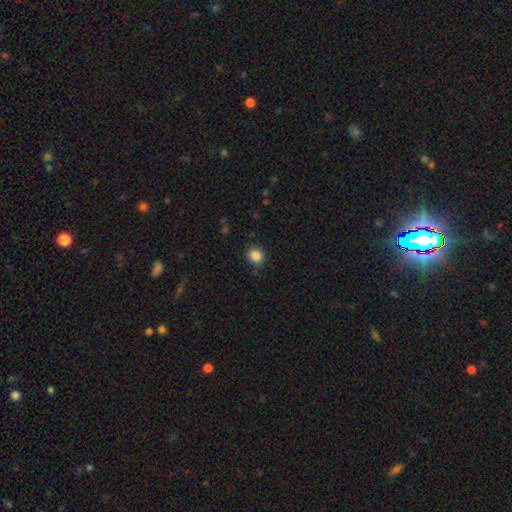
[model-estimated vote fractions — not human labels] Morphology: type=smooth (86%); roundness=round (66%); merging=none (78%).